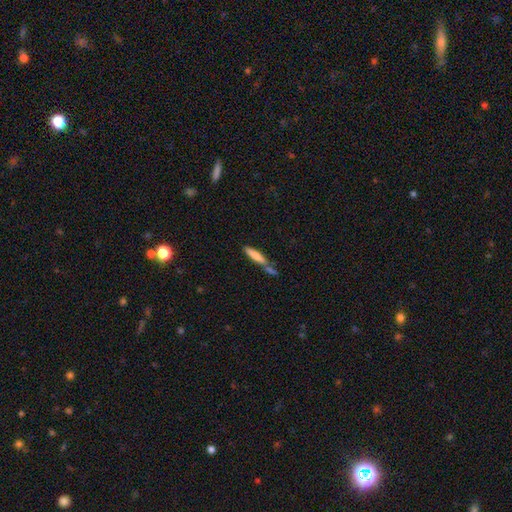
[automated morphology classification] Overall: smooth (73%). How rounded: cigar-shaped (85%). Merging: none (47%; merger 31%).